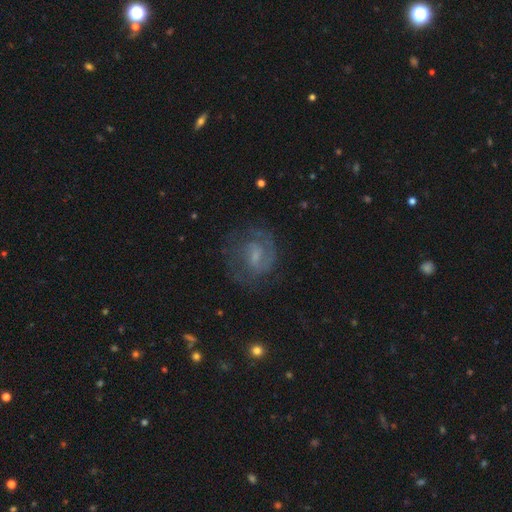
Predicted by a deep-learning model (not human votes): Smooth or featured? Predicted: featured or disk (p=0.76). Edge-on disk? Predicted: no (p=0.97). Bar? Predicted: weak (p=0.57). Spiral arms? Predicted: yes (p=0.92). Spiral winding? Predicted: medium (p=0.48). Spiral arm count? Predicted: 2 (p=0.68). Bulge size? Predicted: small (p=0.48). Merging? Predicted: none (p=0.69).